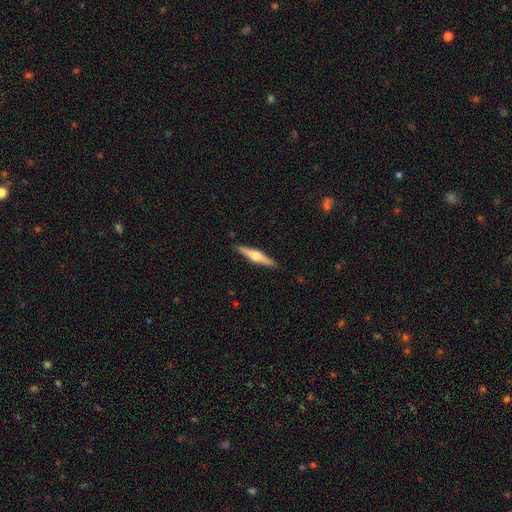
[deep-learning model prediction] Smooth or featured? featured or disk (70%)
Edge-on disk? yes (98%)
Edge-on bulge? rounded (92%)
Merging? none (90%)